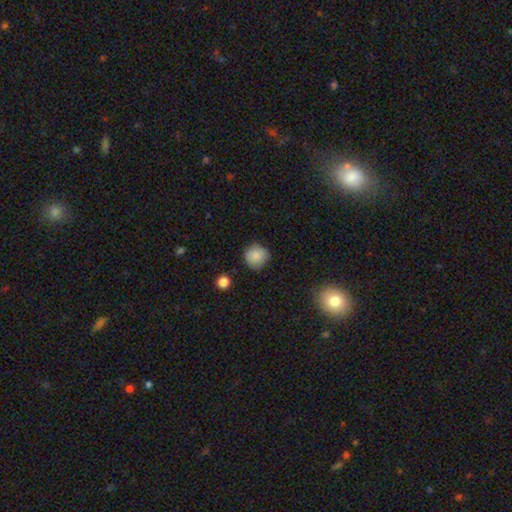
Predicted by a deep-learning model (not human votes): Overall: smooth (85%). How rounded: round (92%). Merging: none (84%).